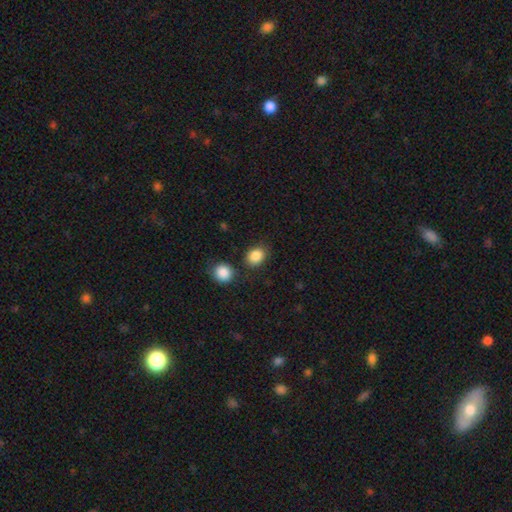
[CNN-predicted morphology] Overall: smooth (87%). How rounded: round (50%; in between 49%). Merging: none (77%).